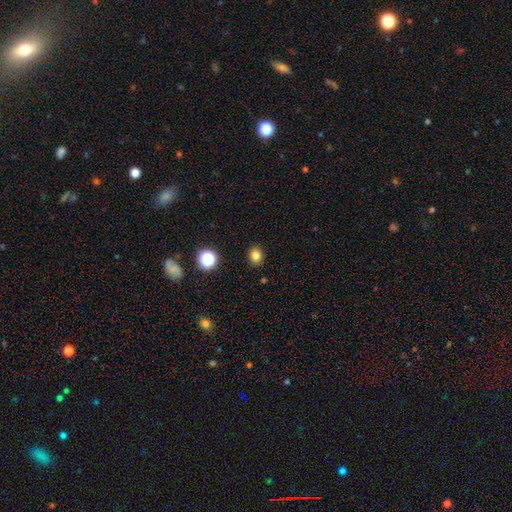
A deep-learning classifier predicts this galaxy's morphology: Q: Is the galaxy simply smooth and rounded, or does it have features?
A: smooth — 80%.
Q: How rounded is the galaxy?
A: round — 59%.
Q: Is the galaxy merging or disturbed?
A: none — 89%.